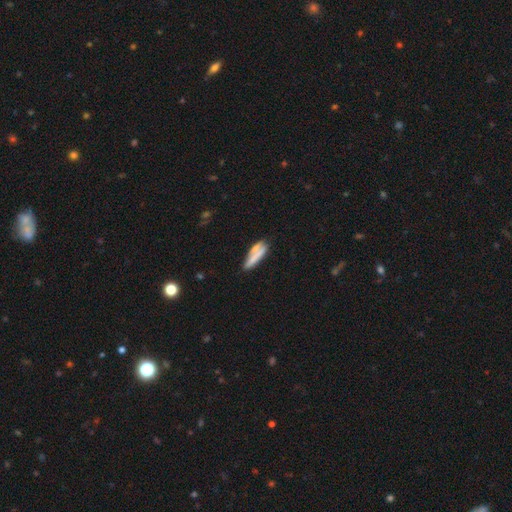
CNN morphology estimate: smooth 65%, featured or disk 27%, star or artifact 9%. Down the decision tree: how rounded — cigar-shaped (67%); merging — none (47%).